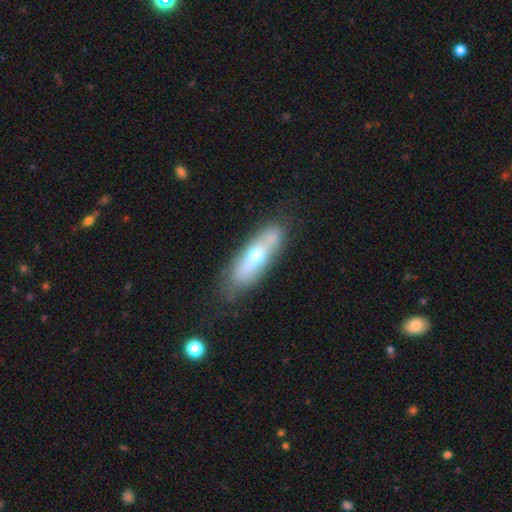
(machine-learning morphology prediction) This appears to be a smooth galaxy with no disk features (48%). Merging: none (69%).